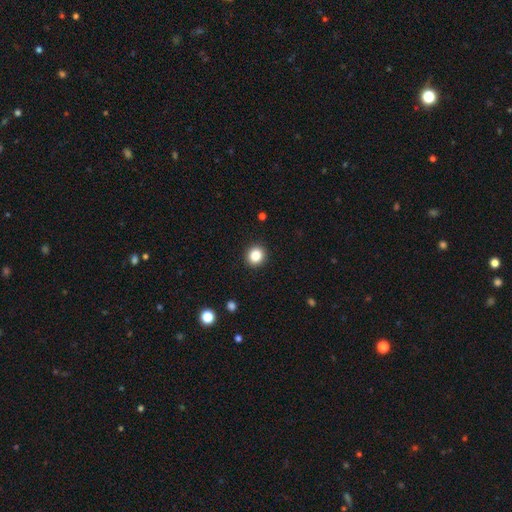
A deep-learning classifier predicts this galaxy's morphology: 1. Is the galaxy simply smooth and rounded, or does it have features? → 85% smooth, 10% star or artifact, 4% featured or disk.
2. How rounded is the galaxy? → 84% round, 15% in between, 1% cigar-shaped.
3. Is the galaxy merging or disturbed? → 92% none, 6% minor disturbance, 2% major disturbance, 1% merger.